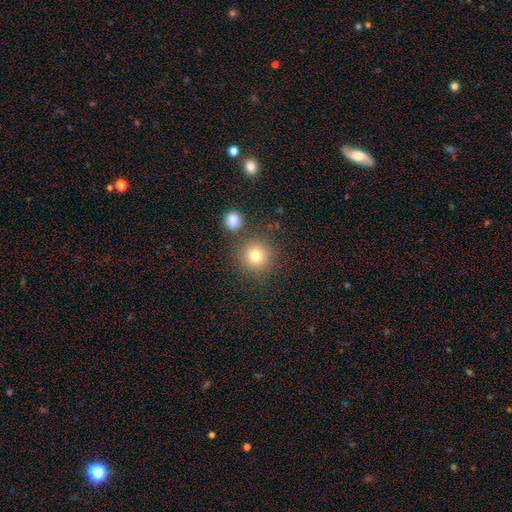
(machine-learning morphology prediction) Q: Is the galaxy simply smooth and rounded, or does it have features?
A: smooth — 78%.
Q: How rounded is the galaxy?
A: round — 94%.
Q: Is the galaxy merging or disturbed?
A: none — 82%.